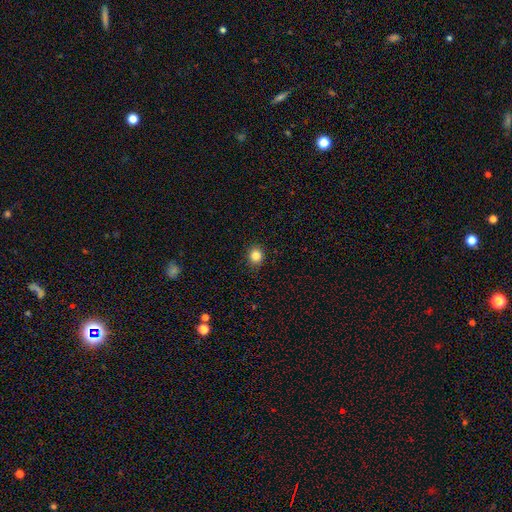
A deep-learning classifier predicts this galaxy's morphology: The model was most divided on "how rounded": round: 78%, in between: 21%, cigar-shaped: 1%. More confident: merging — none (90%); smooth or featured — smooth (84%).